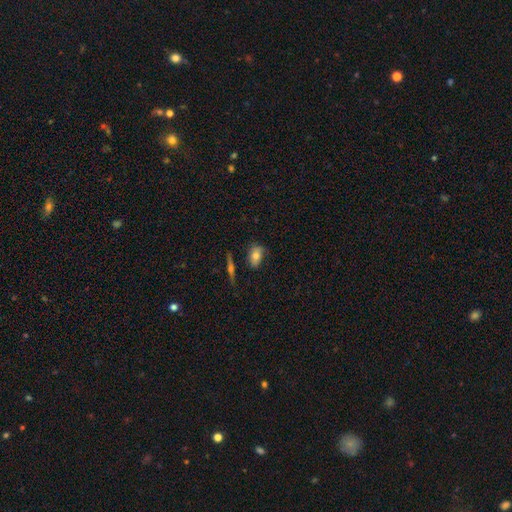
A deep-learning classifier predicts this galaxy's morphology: Smooth or featured? Predicted: smooth (p=0.71). How rounded? Predicted: in between (p=0.80). Merging? Predicted: none (p=0.67).